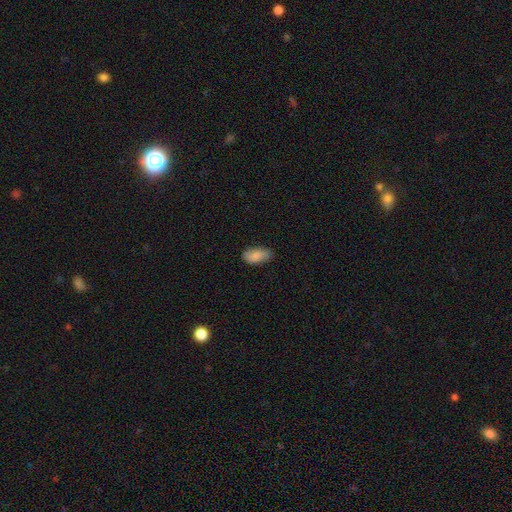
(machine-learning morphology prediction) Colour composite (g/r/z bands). It shows a smooth galaxy with no disk features (85%) that is in between round and cigar-shaped (94%). Merging: none (75%).